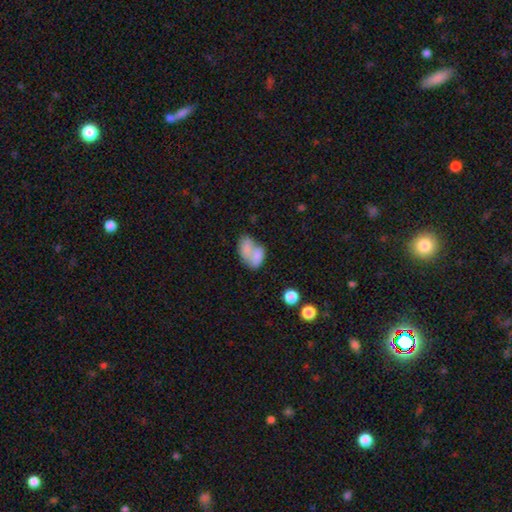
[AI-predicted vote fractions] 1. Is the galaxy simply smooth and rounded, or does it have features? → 72% smooth, 20% featured or disk, 8% star or artifact.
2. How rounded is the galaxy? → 86% in between, 12% round, 2% cigar-shaped.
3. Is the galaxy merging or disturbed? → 62% merger, 20% none, 10% minor disturbance, 7% major disturbance.